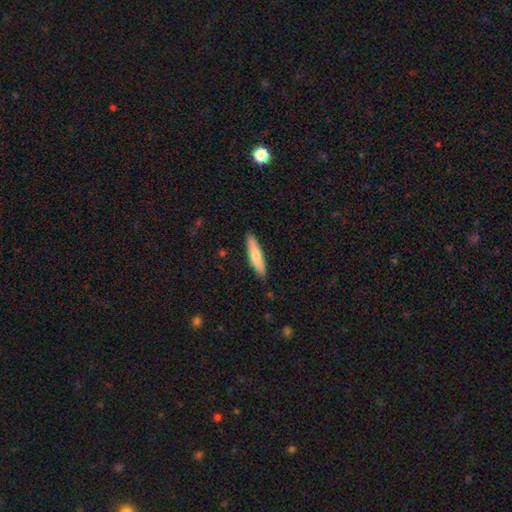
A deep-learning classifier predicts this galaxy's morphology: A smooth galaxy with no disk features (62%) that is cigar-shaped (79%). Merging: none (89%).